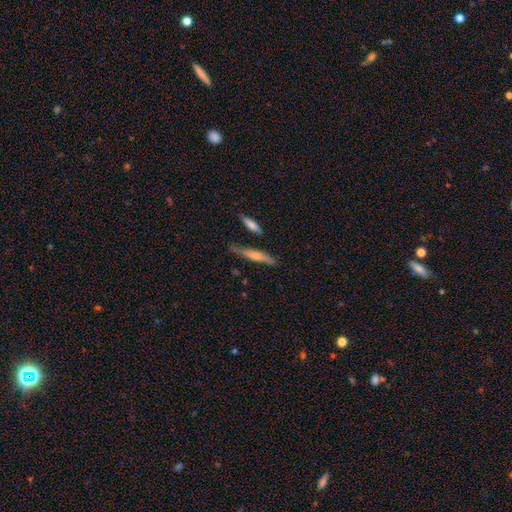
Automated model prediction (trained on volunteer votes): Overall: smooth (51%; featured or disk 43%). How rounded: cigar-shaped (88%). Merging: none (73%).